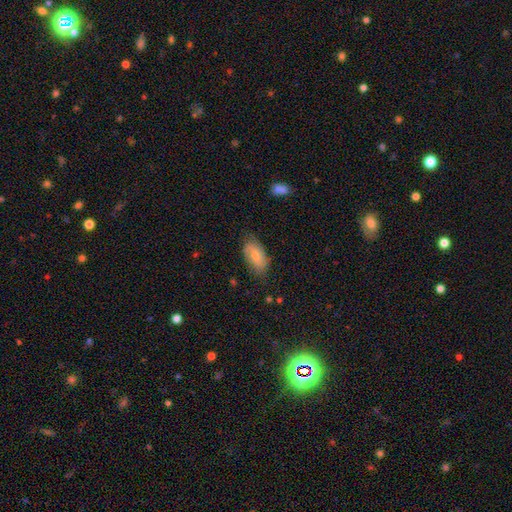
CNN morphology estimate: smooth 62%, featured or disk 31%, star or artifact 7%. Down the decision tree: how rounded — in between (92%); merging — none (69%).